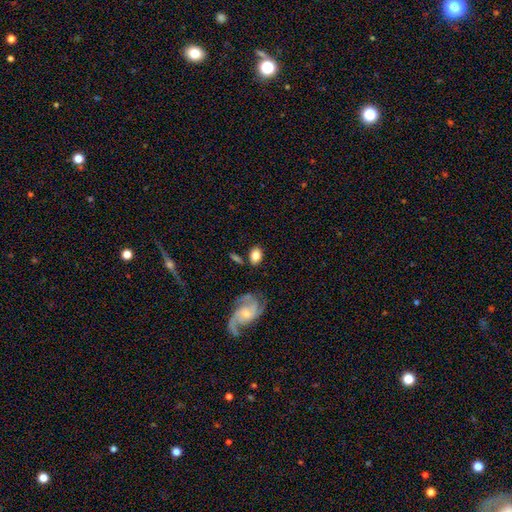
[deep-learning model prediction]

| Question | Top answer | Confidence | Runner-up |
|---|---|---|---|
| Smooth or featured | smooth | 73% | featured or disk (20%) |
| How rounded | in between | 82% | round (16%) |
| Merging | none | 75% | minor disturbance (14%) |